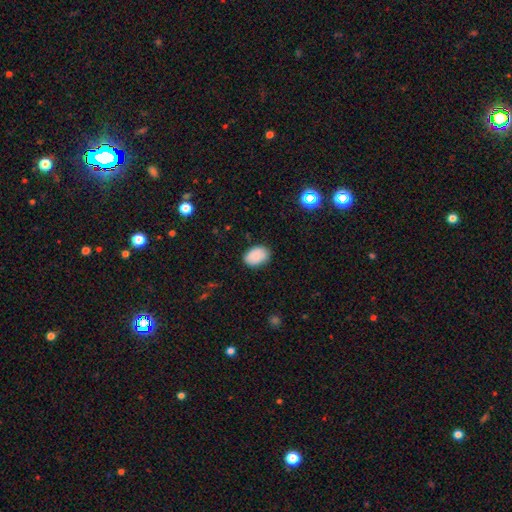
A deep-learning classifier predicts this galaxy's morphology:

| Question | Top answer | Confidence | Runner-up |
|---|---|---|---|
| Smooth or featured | smooth | 82% | featured or disk (10%) |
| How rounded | in between | 86% | round (13%) |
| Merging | none | 82% | minor disturbance (14%) |